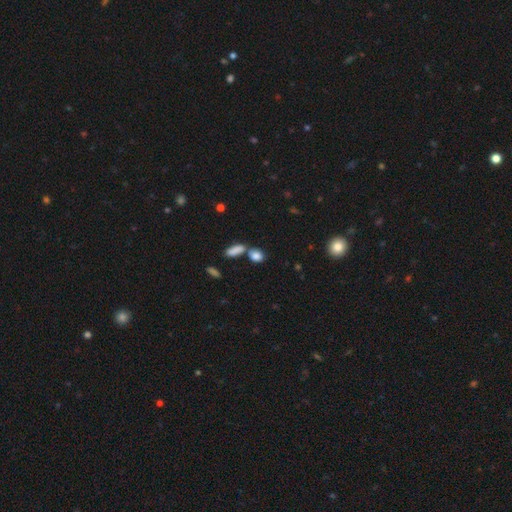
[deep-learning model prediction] Morphology: type=smooth (84%); roundness=in between (56%); merging=none (52%).